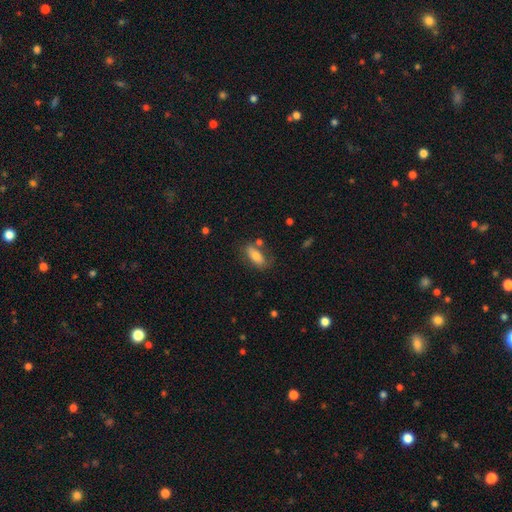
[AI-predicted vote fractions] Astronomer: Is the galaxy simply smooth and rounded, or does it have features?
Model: smooth — 73%.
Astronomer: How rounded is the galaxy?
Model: in between — 77%.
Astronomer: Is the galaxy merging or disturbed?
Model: none — 67%.